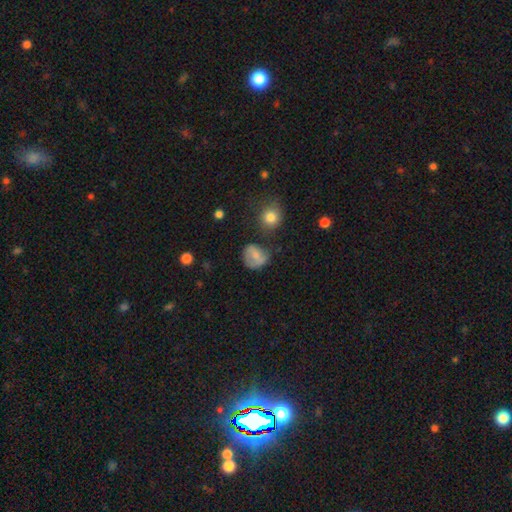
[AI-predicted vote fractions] The model was most divided on "merging": none: 52%, minor disturbance: 28%, major disturbance: 14%, merger: 6%. More confident: how rounded — round (69%); smooth or featured — smooth (65%).